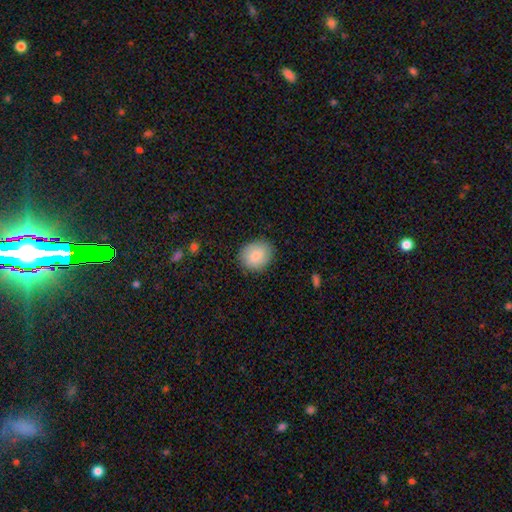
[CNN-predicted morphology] The model was most divided on "how rounded": round: 67%, in between: 33%, cigar-shaped: 1%. More confident: merging — none (86%); smooth or featured — smooth (85%).